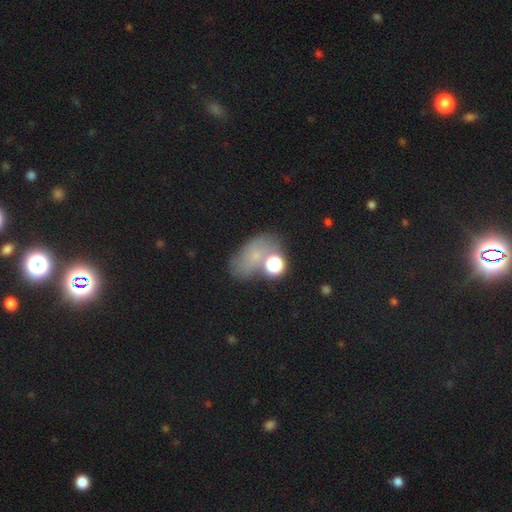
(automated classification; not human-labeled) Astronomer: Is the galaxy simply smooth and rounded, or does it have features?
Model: smooth — 51% (runner-up: star or artifact, 31%).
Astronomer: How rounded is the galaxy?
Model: in between — 72%.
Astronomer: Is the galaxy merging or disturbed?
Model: none — 49%.